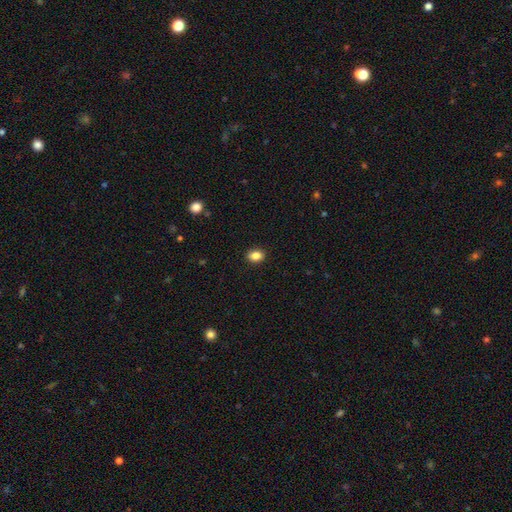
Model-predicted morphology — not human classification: Q: Smooth or featured?
A: smooth (85%); runner-up: star or artifact (10%)
Q: How rounded?
A: in between (59%); runner-up: round (39%)
Q: Merging?
A: none (90%); runner-up: minor disturbance (7%)